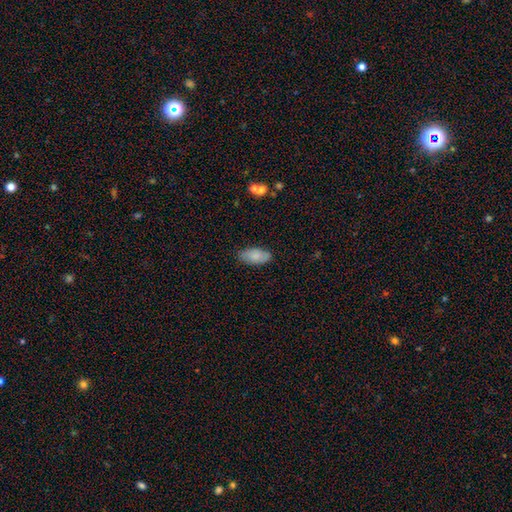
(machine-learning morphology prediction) This appears to be a smooth galaxy with no disk features (82%) that is in between round and cigar-shaped (92%). Merging: none (81%).